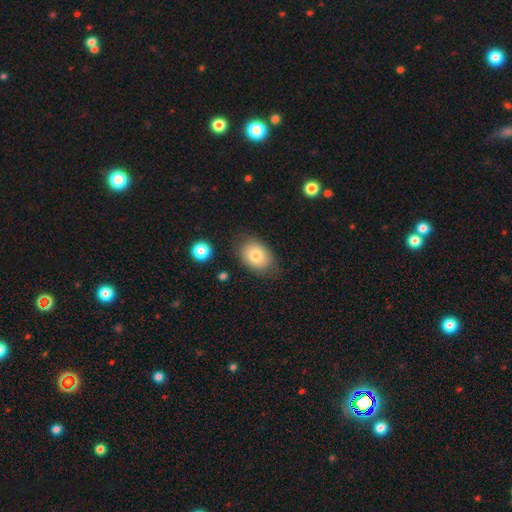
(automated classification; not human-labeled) smooth_or_featured: smooth (p=0.78) [alt: featured or disk p=0.14]
how_rounded: in between (p=0.73) [alt: round p=0.26]
merging: none (p=0.76) [alt: minor disturbance p=0.17]